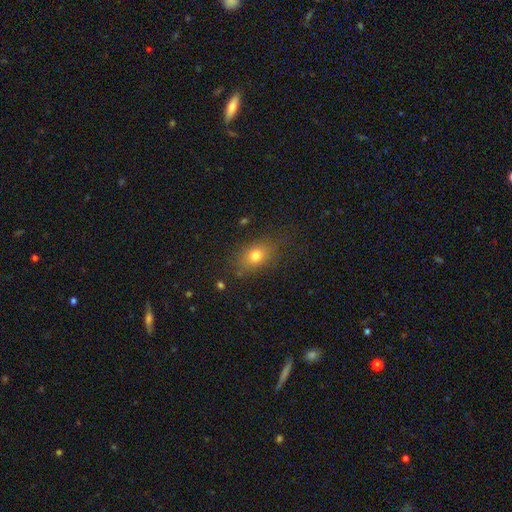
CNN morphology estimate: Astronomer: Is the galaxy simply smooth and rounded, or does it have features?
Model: smooth — 77%.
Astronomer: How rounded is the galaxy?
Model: in between — 69%.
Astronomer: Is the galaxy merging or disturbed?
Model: none — 77%.